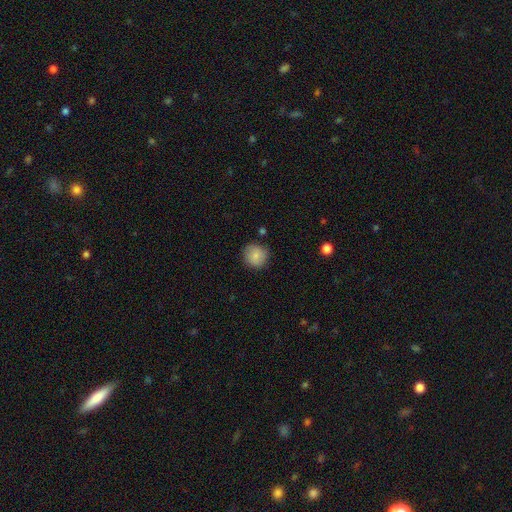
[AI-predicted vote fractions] The model was most divided on "merging": none: 85%, minor disturbance: 11%, major disturbance: 3%, merger: 2%. More confident: how rounded — round (90%); smooth or featured — smooth (85%).